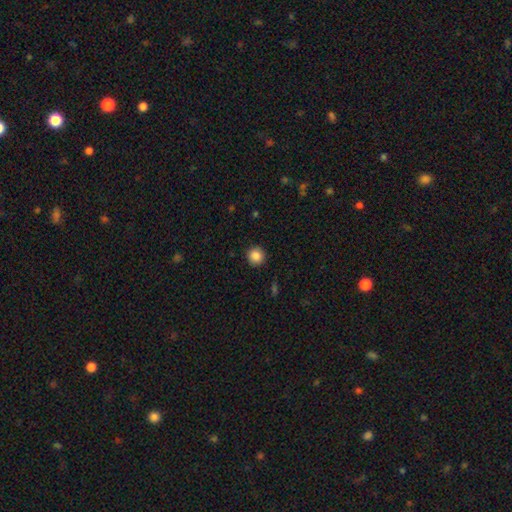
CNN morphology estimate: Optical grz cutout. It shows a smooth galaxy with no disk features (87%) that is round (94%). Merging: none (92%).